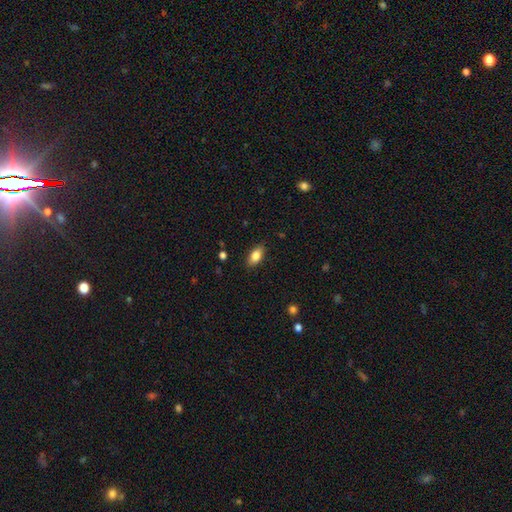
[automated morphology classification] smooth 83%, featured or disk 9%, star or artifact 8%. Down the decision tree: how rounded — in between (89%); merging — none (86%).